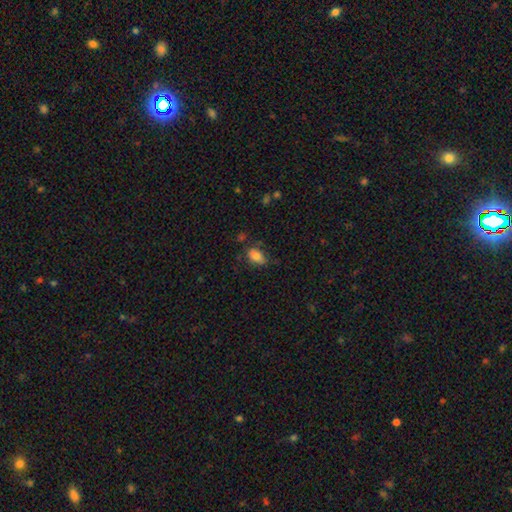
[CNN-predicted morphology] smooth 81%, star or artifact 10%, featured or disk 9%. Down the decision tree: how rounded — in between (88%); merging — none (63%).